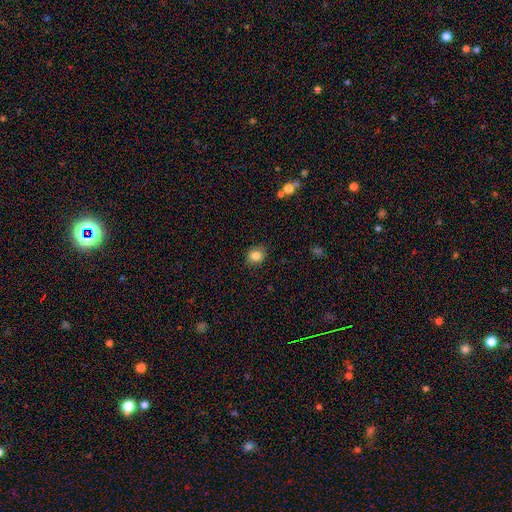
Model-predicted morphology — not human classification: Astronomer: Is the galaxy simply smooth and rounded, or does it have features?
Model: smooth — 83%.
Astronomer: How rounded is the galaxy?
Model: round — 64%.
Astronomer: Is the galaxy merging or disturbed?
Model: none — 87%.